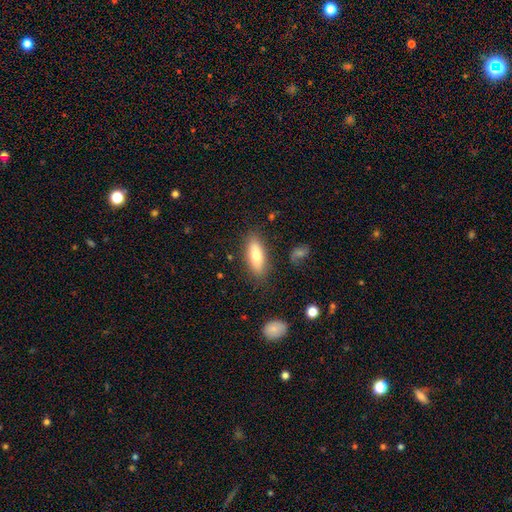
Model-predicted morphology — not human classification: A smooth galaxy with no disk features (73%) that is in between round and cigar-shaped (63%).

Vote fractions:
- Smooth or featured? smooth: 73% / featured or disk: 20% / star or artifact: 7%
- How rounded? in between: 63% / cigar-shaped: 34% / round: 2%
- Merging? none: 82% / minor disturbance: 12% / major disturbance: 3% / merger: 2%